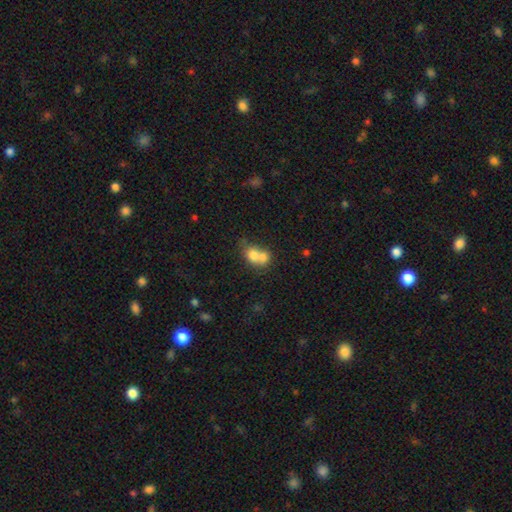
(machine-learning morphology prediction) Smooth or featured: smooth — 71% (featured or disk — 19%)
How rounded: round — 58% (in between — 41%)
Merging: merger — 71% (none — 20%)